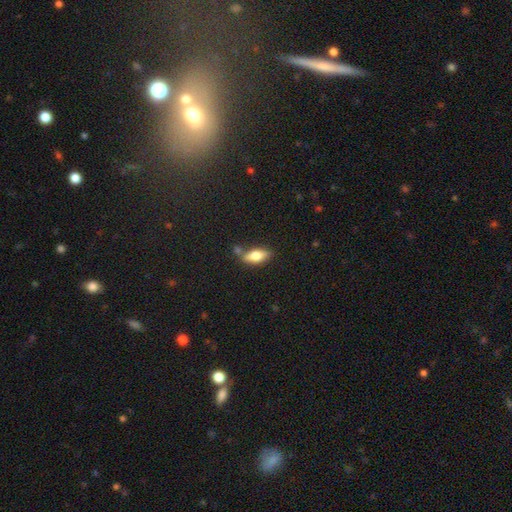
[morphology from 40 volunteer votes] Smooth or featured? 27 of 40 (68%) said smooth. How rounded? 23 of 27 (85%) said in between. Merging? 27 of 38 (71%) said none.